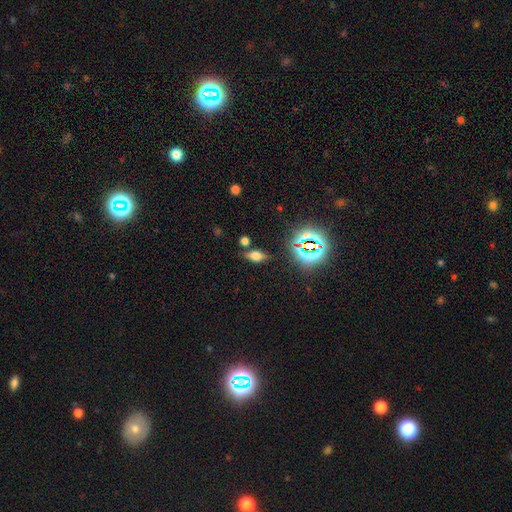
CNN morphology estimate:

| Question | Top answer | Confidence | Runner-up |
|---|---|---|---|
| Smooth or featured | smooth | 53% | star or artifact (24%) |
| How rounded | in between | 76% | cigar-shaped (13%) |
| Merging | none | 77% | minor disturbance (13%) |